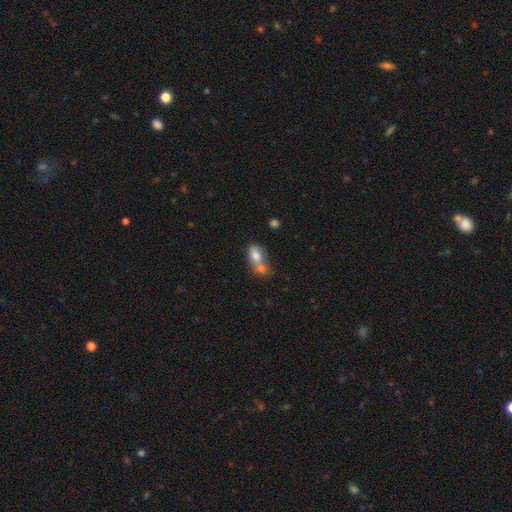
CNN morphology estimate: Q: Smooth or featured?
A: smooth (76%); runner-up: featured or disk (16%)
Q: How rounded?
A: in between (80%); runner-up: round (15%)
Q: Merging?
A: merger (65%); runner-up: none (21%)